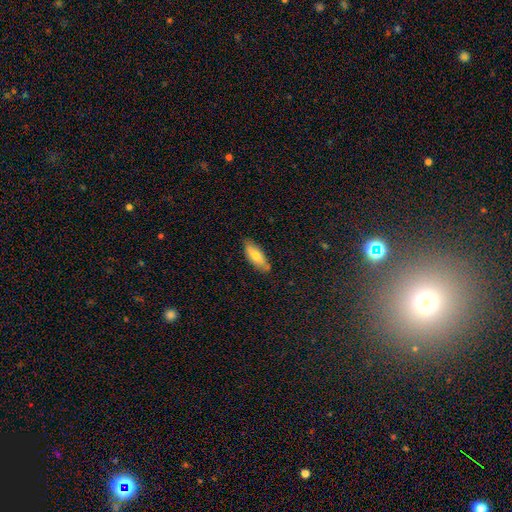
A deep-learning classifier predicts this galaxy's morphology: The model was most divided on "how rounded": in between: 71%, cigar-shaped: 27%, round: 2%. More confident: merging — none (80%); smooth or featured — smooth (72%).